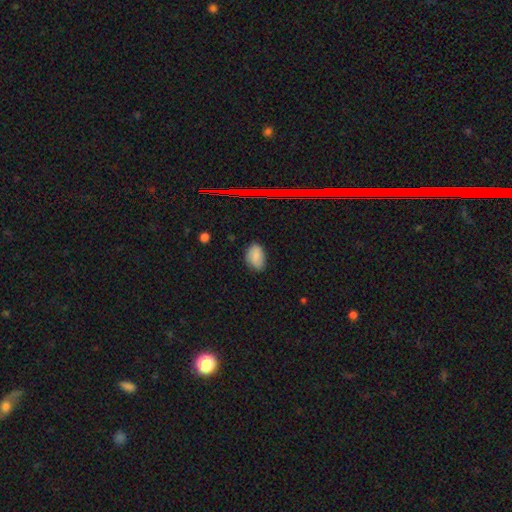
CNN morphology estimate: Smooth or featured? smooth (80%)
How rounded? in between (88%)
Merging? none (74%)